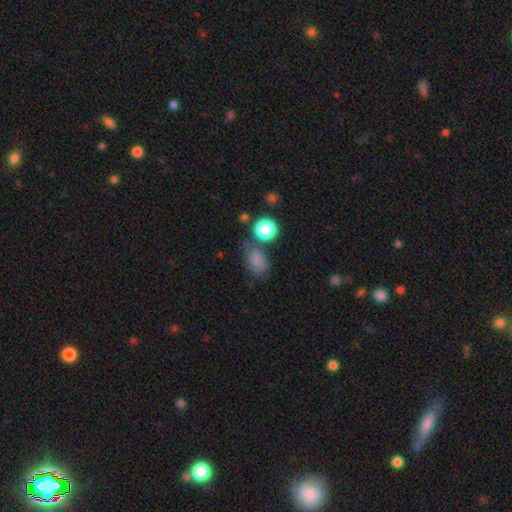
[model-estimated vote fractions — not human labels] Smooth or featured: smooth — 70% (star or artifact — 20%)
How rounded: in between — 69% (round — 30%)
Merging: none — 65% (minor disturbance — 18%)